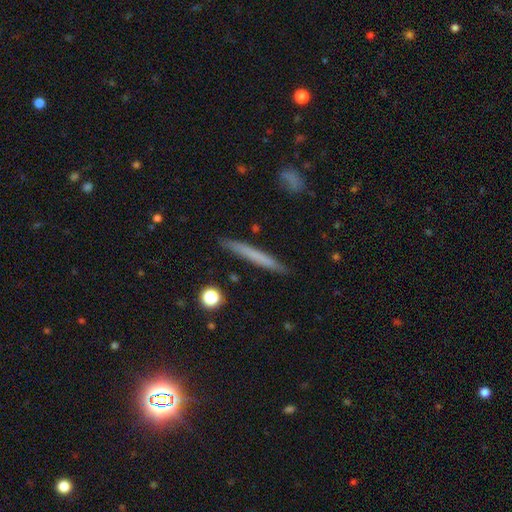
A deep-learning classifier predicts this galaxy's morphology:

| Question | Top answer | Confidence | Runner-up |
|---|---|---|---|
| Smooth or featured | smooth | 63% | featured or disk (30%) |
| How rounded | cigar-shaped | 96% | in between (2%) |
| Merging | none | 89% | minor disturbance (8%) |